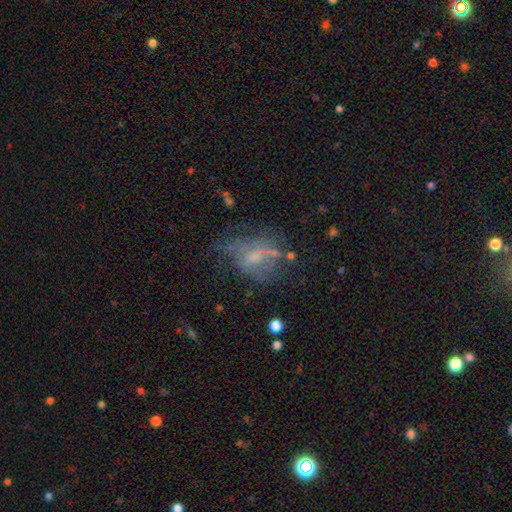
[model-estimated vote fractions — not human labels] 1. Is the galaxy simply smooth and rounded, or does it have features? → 50% featured or disk, 32% smooth, 18% star or artifact.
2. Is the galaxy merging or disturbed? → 39% none, 32% major disturbance, 23% minor disturbance, 6% merger.